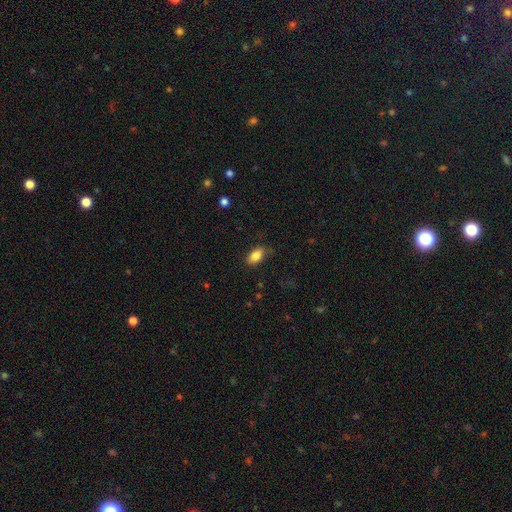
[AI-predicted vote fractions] Smooth or featured?
  - smooth: 85% *
  - star or artifact: 8%
  - featured or disk: 7%
How rounded?
  - in between: 89% *
  - cigar-shaped: 5%
  - round: 5%
Merging?
  - none: 81% *
  - minor disturbance: 15%
  - major disturbance: 3%
  - merger: 1%